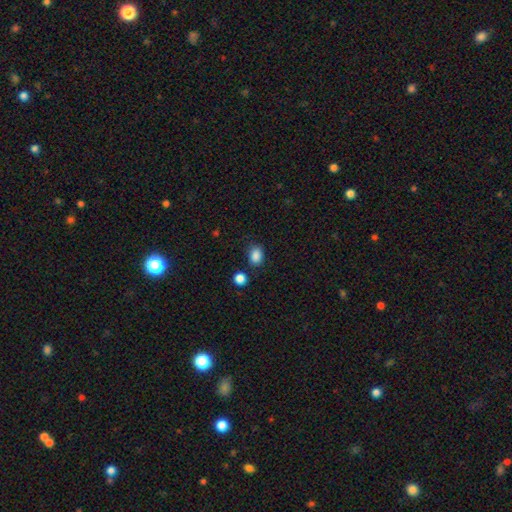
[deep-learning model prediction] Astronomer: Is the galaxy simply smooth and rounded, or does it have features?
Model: smooth — 86%.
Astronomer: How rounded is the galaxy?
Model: in between — 67%.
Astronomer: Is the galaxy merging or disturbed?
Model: none — 79%.